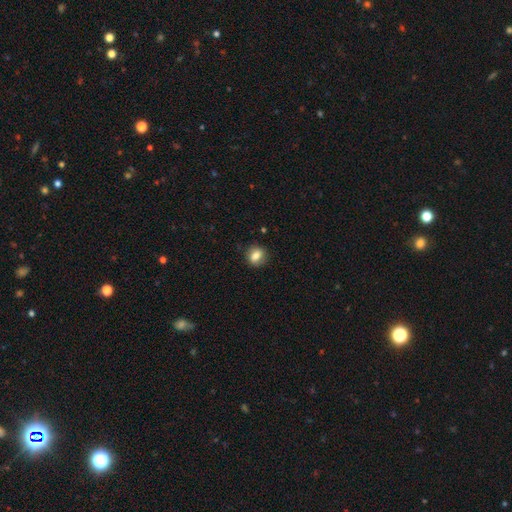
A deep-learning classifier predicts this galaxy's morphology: A smooth galaxy with no disk features (81%) that is round (54%).

Vote fractions:
- Smooth or featured? smooth: 81% / featured or disk: 11% / star or artifact: 9%
- How rounded? round: 54% / in between: 45% / cigar-shaped: 2%
- Merging? none: 82% / minor disturbance: 13% / major disturbance: 4% / merger: 1%